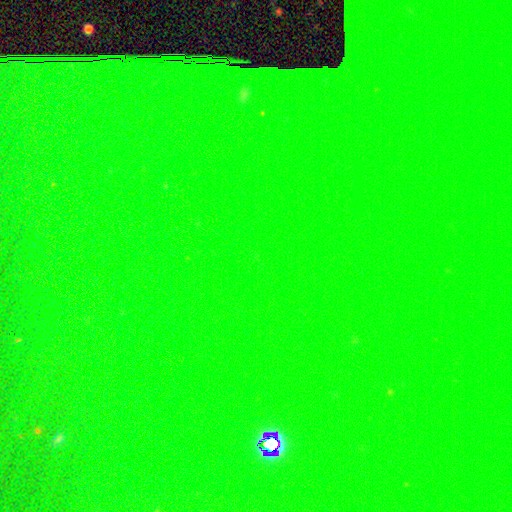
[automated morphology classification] Smooth or featured?
  - star or artifact: 78% *
  - smooth: 13%
  - featured or disk: 9%